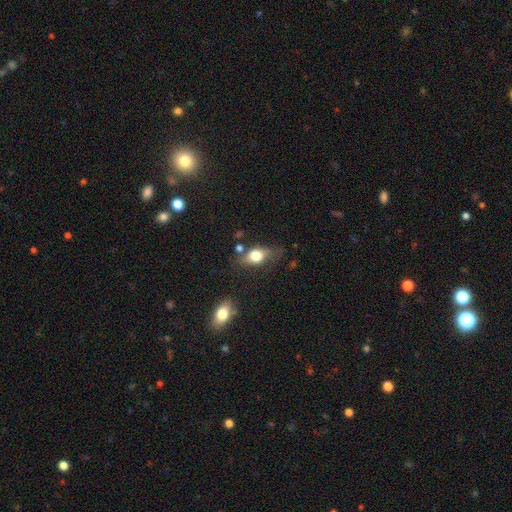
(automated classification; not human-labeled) Morphology: type=smooth (71%); roundness=in between (72%); merging=none (59%).